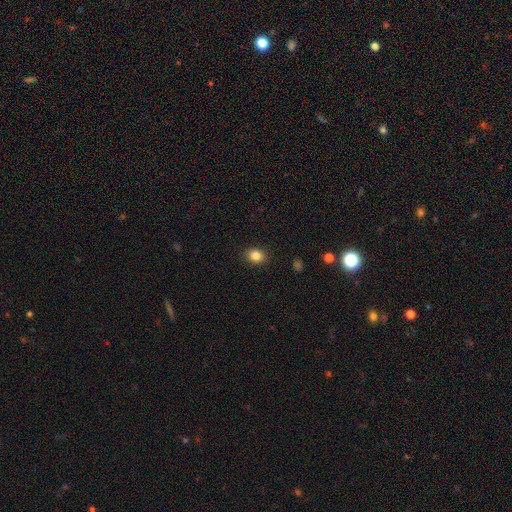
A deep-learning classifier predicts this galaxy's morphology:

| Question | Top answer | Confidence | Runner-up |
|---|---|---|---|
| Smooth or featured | smooth | 85% | star or artifact (10%) |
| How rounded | round | 51% | in between (49%) |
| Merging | none | 90% | minor disturbance (7%) |